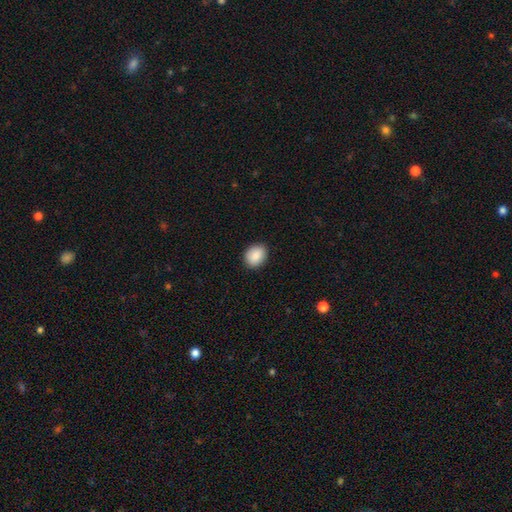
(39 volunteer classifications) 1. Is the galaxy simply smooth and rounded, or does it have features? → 82% smooth, 10% star or artifact, 8% featured or disk.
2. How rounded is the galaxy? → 62% in between, 38% round, 0% cigar-shaped.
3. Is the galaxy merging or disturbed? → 94% none, 3% minor disturbance, 3% major disturbance, 0% merger.